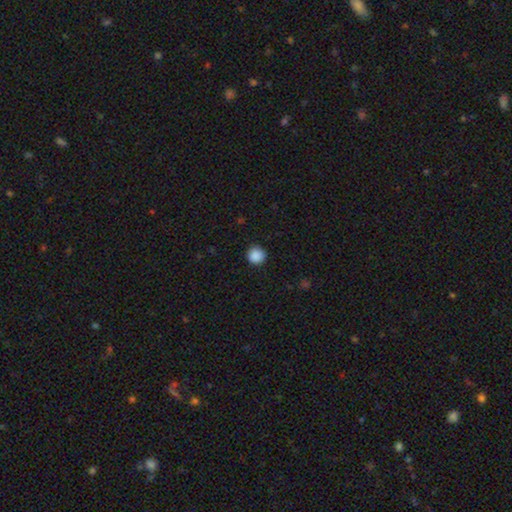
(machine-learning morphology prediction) type=smooth (89%); roundness=round (94%); merging=none (90%).